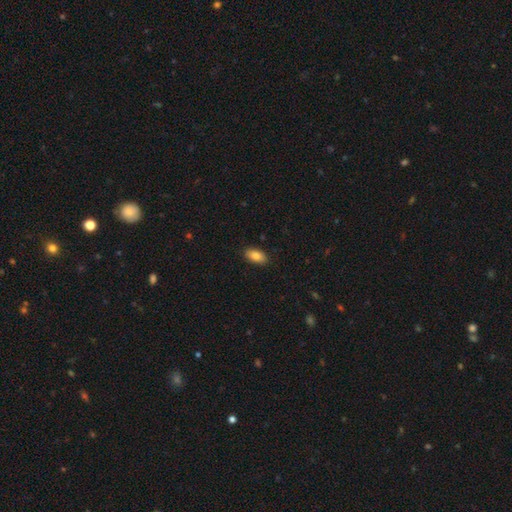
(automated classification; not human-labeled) Overall: smooth (84%). How rounded: in between (93%). Merging: none (88%).